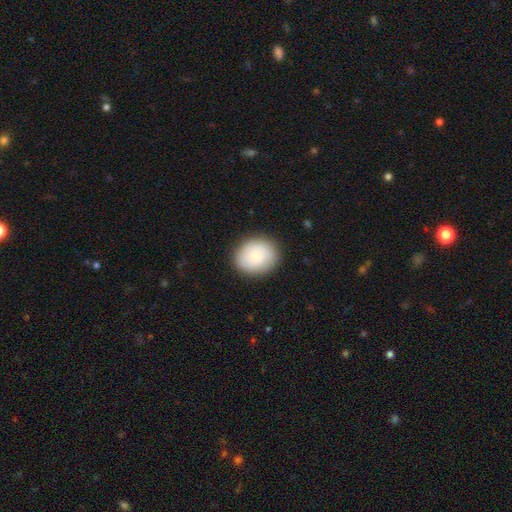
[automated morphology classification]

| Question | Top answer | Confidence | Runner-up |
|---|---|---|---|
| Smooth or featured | smooth | 83% | featured or disk (10%) |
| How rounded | round | 64% | in between (35%) |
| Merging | none | 87% | minor disturbance (10%) |